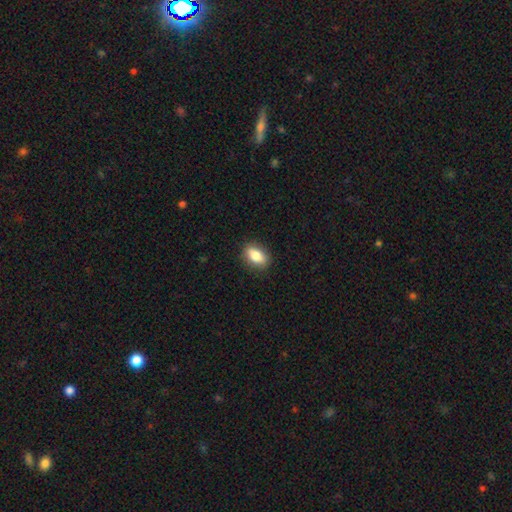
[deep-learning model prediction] Q: Smooth or featured?
A: smooth (82%); runner-up: featured or disk (10%)
Q: How rounded?
A: in between (85%); runner-up: round (12%)
Q: Merging?
A: none (88%); runner-up: minor disturbance (9%)